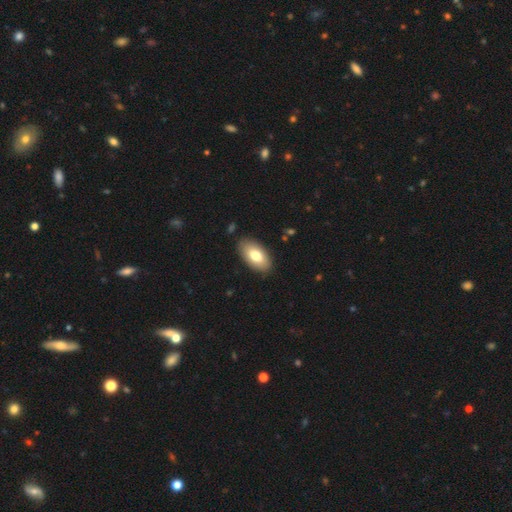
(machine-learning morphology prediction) smooth 77%, featured or disk 17%, star or artifact 6%. Down the decision tree: how rounded — in between (94%); merging — none (87%).